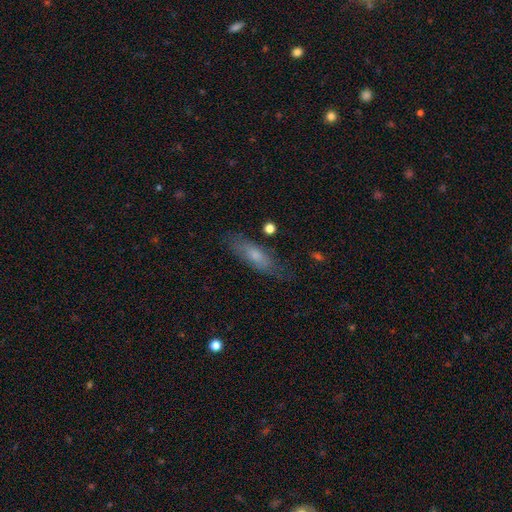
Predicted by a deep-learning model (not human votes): A smooth galaxy with no disk features (57%) that is cigar-shaped (51%). Merging: none (74%).